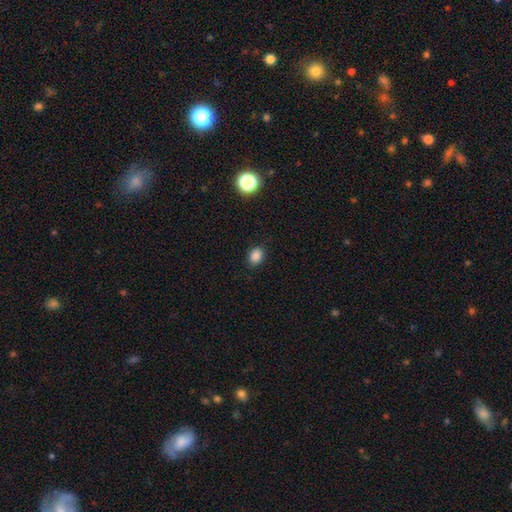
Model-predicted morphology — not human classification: smooth_or_featured: smooth (p=0.85) [alt: star or artifact p=0.11]
how_rounded: in between (p=0.64) [alt: round p=0.35]
merging: none (p=0.87) [alt: minor disturbance p=0.09]